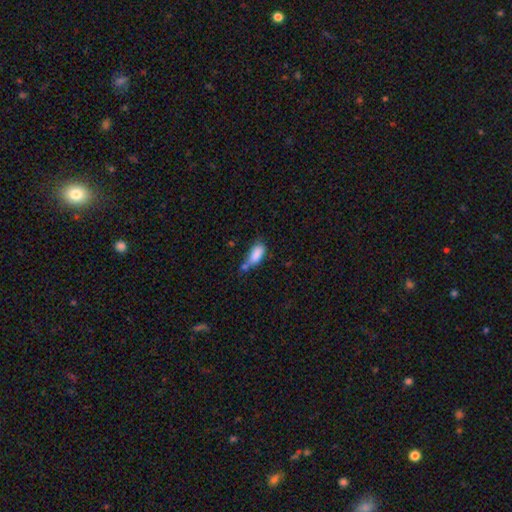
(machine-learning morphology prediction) Q: Smooth or featured?
A: smooth (83%); runner-up: star or artifact (9%)
Q: How rounded?
A: in between (82%); runner-up: cigar-shaped (15%)
Q: Merging?
A: none (33%); runner-up: minor disturbance (29%)